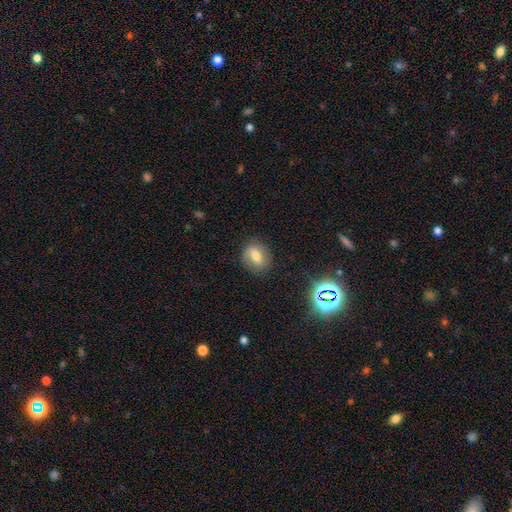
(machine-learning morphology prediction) This is likely a smooth galaxy (60%). How rounded: possibly in between (53%). Merging: likely none (80%).